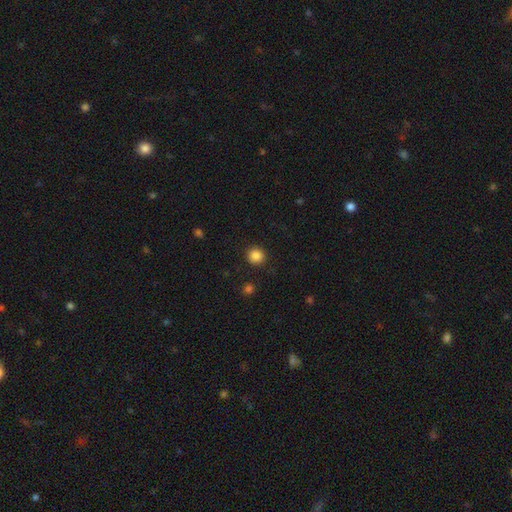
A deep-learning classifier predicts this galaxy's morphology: smooth_or_featured: smooth (p=0.86) [alt: star or artifact p=0.11]
how_rounded: round (p=0.91) [alt: in between p=0.08]
merging: none (p=0.91) [alt: minor disturbance p=0.06]